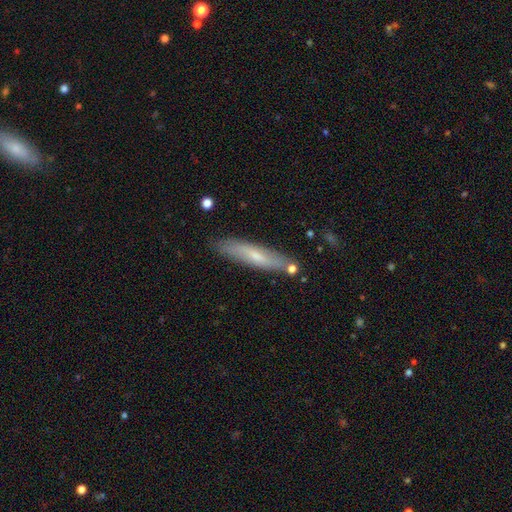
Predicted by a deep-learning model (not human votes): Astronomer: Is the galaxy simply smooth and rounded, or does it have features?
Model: smooth — 55% (runner-up: featured or disk, 39%).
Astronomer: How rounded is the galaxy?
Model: cigar-shaped — 84%.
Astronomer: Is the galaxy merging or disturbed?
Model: none — 80%.